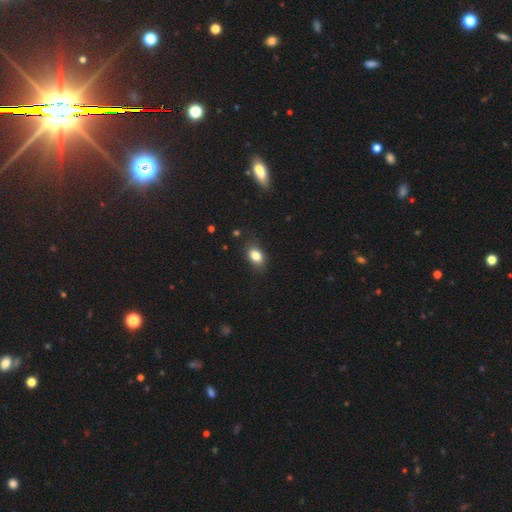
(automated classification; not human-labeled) Q: Smooth or featured?
A: smooth (84%); runner-up: star or artifact (9%)
Q: How rounded?
A: in between (82%); runner-up: round (16%)
Q: Merging?
A: none (81%); runner-up: minor disturbance (14%)